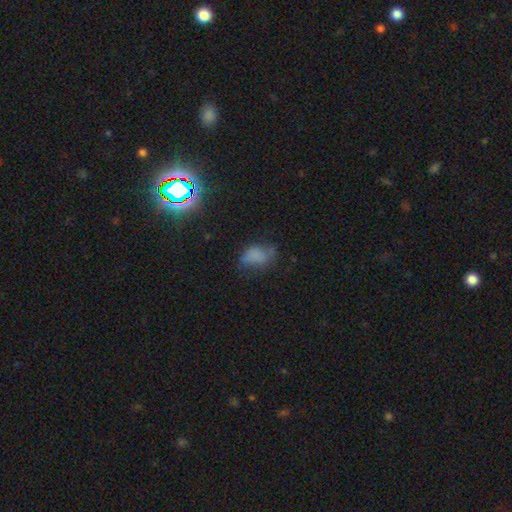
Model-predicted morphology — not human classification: A smooth galaxy with no disk features (67%) that is in between round and cigar-shaped (84%).

Vote fractions:
- Smooth or featured? smooth: 67% / star or artifact: 17% / featured or disk: 16%
- How rounded? in between: 84% / round: 14% / cigar-shaped: 2%
- Merging? none: 49% / minor disturbance: 30% / major disturbance: 18% / merger: 3%